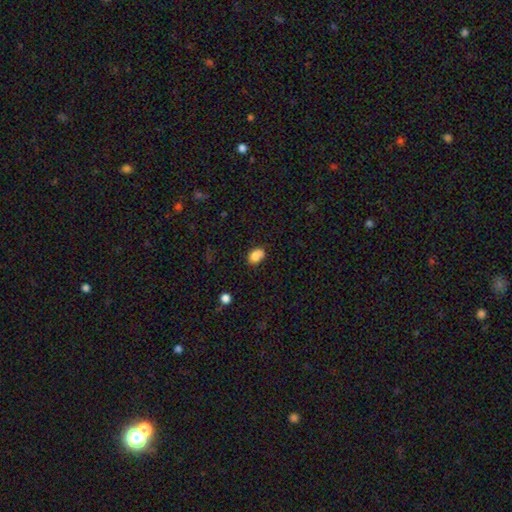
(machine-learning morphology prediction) type=smooth (84%); roundness=in between (76%); merging=none (64%).